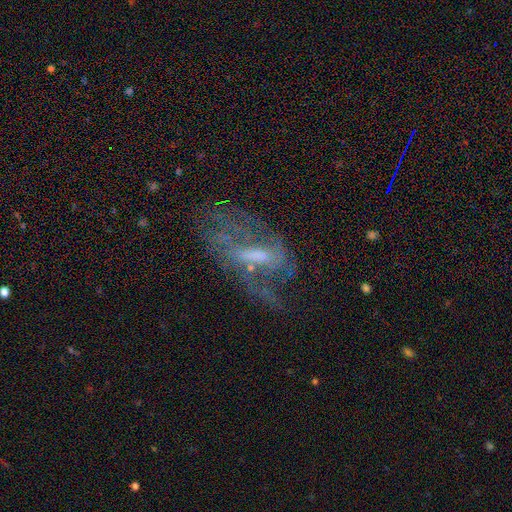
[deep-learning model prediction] smooth_or_featured: featured or disk (p=0.73) [alt: smooth p=0.15]
disk_edge_on: no (p=0.90) [alt: yes p=0.10]
bar: weak (p=0.44) [alt: strong p=0.28]
has_spiral_arms: yes (p=0.70) [alt: no p=0.30]
bulge_size: moderate (p=0.39) [alt: small p=0.32]
merging: none (p=0.45) [alt: major disturbance p=0.31]